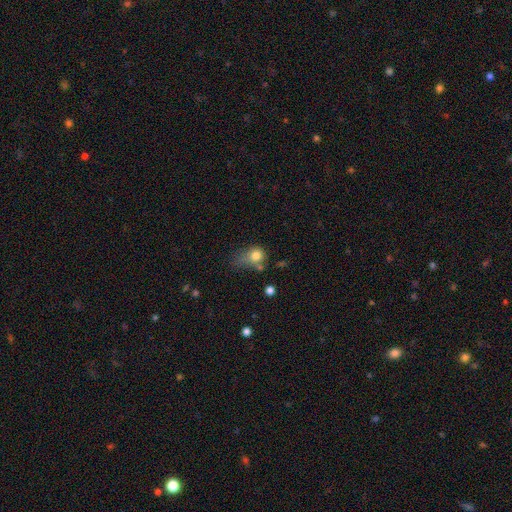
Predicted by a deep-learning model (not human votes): Smooth or featured: smooth — 77% (featured or disk — 12%)
How rounded: round — 58% (in between — 41%)
Merging: major disturbance — 31% (minor disturbance — 30%)